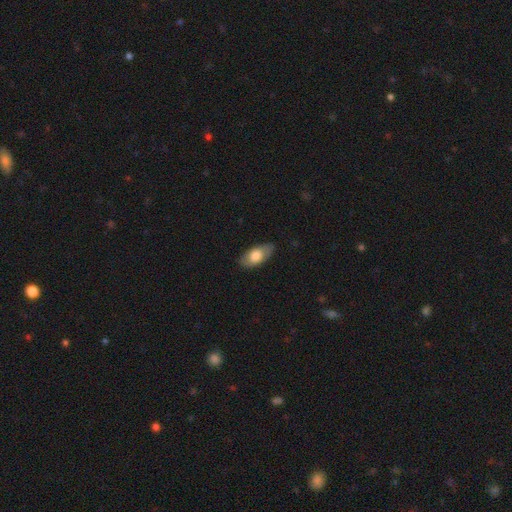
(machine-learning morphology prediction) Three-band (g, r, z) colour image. It shows a smooth galaxy with no disk features (72%) that is in between round and cigar-shaped (91%). Merging: none (81%).